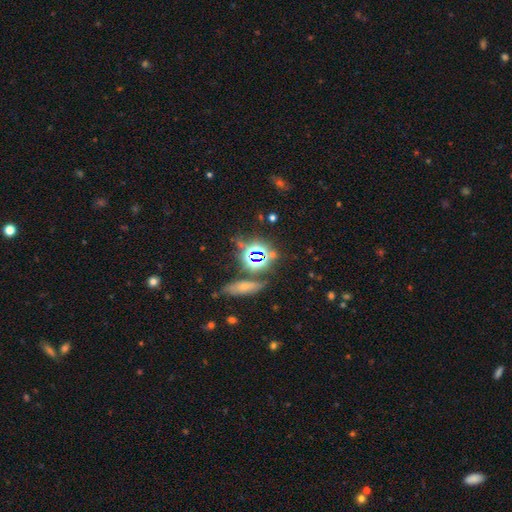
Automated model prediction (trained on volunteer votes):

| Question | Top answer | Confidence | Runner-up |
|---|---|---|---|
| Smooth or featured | star or artifact | 62% | smooth (28%) |